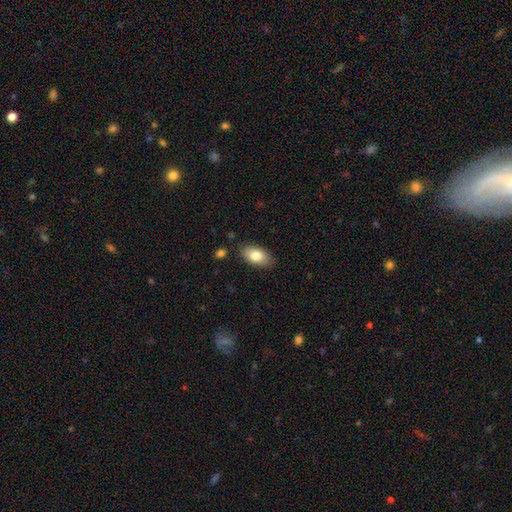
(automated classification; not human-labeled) A smooth galaxy with no disk features (80%) that is in between round and cigar-shaped (92%).

Vote fractions:
- Smooth or featured? smooth: 80% / featured or disk: 13% / star or artifact: 7%
- How rounded? in between: 92% / round: 4% / cigar-shaped: 3%
- Merging? none: 85% / minor disturbance: 11% / major disturbance: 2% / merger: 2%